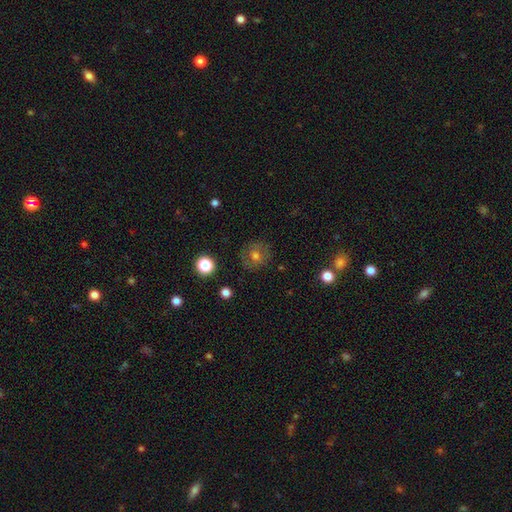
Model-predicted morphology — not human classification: This is likely a smooth galaxy (63%). How rounded: clearly round (86%). Merging: clearly none (82%).